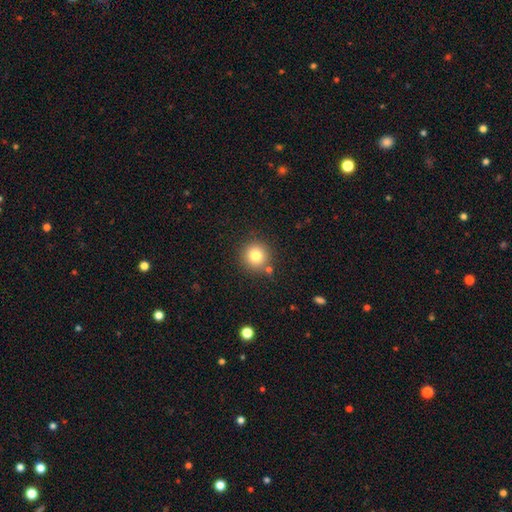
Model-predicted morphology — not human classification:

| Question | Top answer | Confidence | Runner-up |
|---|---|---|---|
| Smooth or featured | smooth | 79% | star or artifact (12%) |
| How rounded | round | 94% | in between (5%) |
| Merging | none | 83% | minor disturbance (8%) |